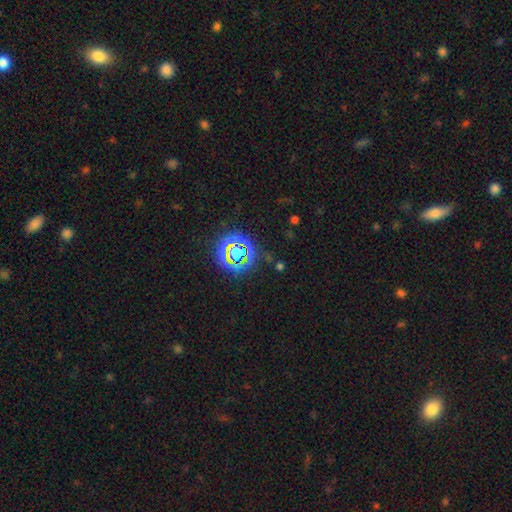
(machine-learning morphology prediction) smooth_or_featured: star or artifact (p=0.73) [alt: smooth p=0.18]